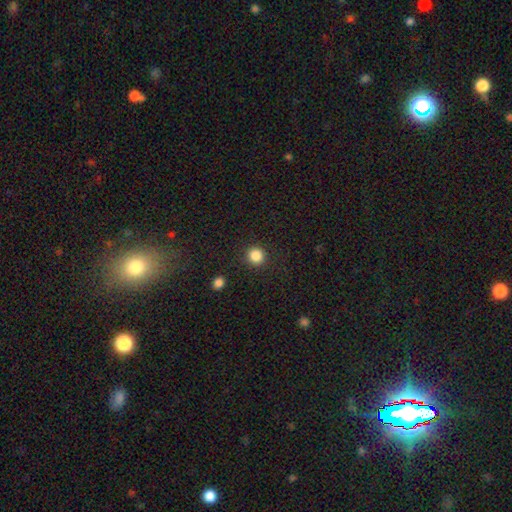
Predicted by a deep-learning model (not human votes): Smooth or featured?
  - smooth: 86% *
  - star or artifact: 11%
  - featured or disk: 4%
How rounded?
  - round: 91% *
  - in between: 8%
  - cigar-shaped: 1%
Merging?
  - none: 90% *
  - minor disturbance: 6%
  - major disturbance: 2%
  - merger: 1%